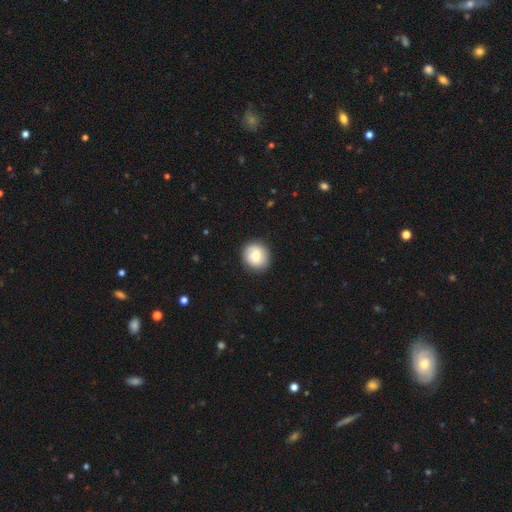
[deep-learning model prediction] smooth-or-featured: smooth: 68% | featured or disk: 24% | star or artifact: 7%
  how-rounded: round: 85% | in between: 14% | cigar-shaped: 1%
  merging: none: 88% | minor disturbance: 8% | major disturbance: 2% | merger: 1%